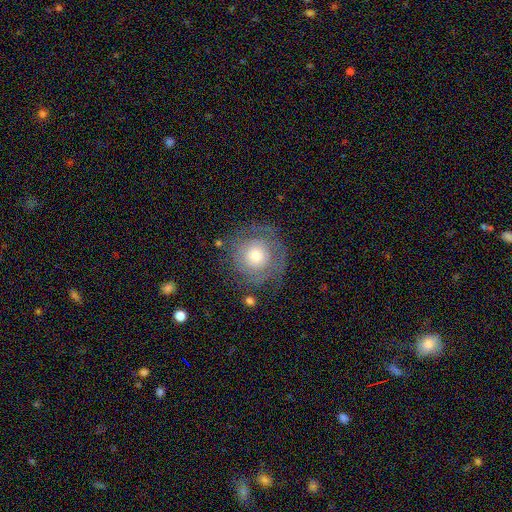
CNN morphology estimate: Smooth or featured? featured or disk (50%)
Merging? none (72%)